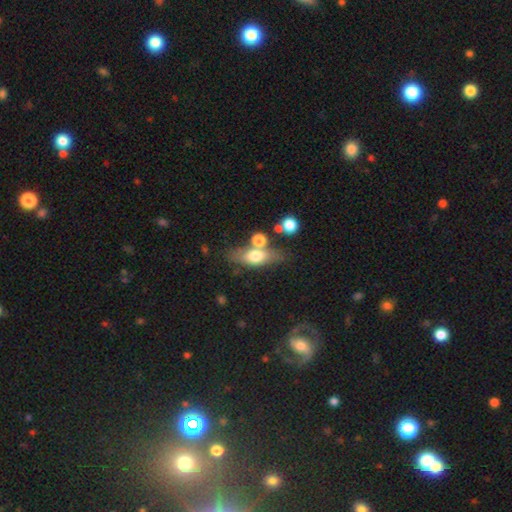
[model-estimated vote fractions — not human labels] A smooth galaxy with no disk features (61%) that is in between round and cigar-shaped (65%). Merging: none (58%).